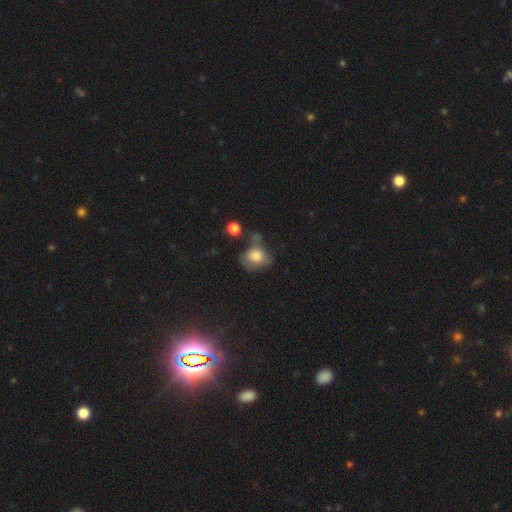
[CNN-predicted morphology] Smooth or featured: smooth — 77% (featured or disk — 13%)
How rounded: in between — 55% (round — 44%)
Merging: none — 38% (minor disturbance — 28%)